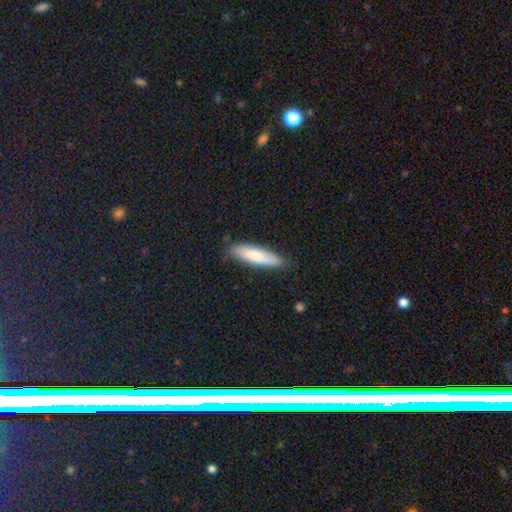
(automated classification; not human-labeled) Smooth or featured: smooth — 78% (featured or disk — 17%)
How rounded: cigar-shaped — 76% (in between — 23%)
Merging: none — 84% (minor disturbance — 13%)